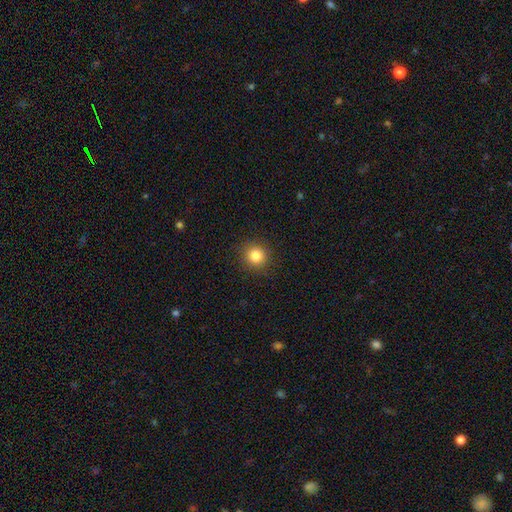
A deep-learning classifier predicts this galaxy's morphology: type=smooth (84%); roundness=round (93%); merging=none (91%).